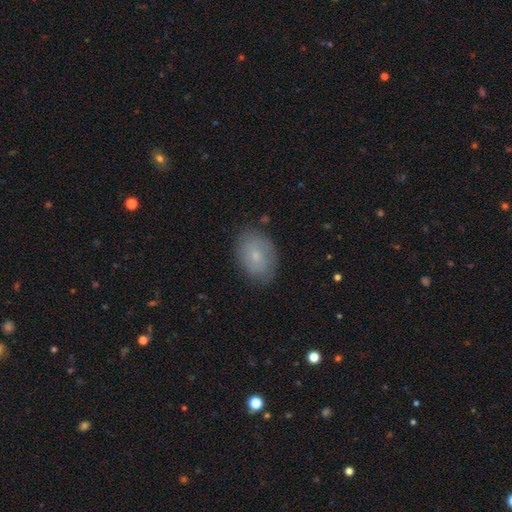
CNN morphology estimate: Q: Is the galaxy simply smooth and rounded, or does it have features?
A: smooth — 64%.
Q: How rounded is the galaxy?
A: in between — 82%.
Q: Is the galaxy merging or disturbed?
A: none — 81%.